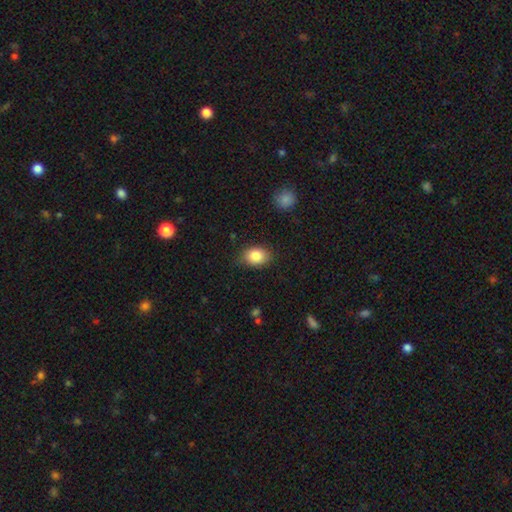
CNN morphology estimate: smooth_or_featured: smooth (p=0.85) [alt: star or artifact p=0.08]
how_rounded: in between (p=0.74) [alt: round p=0.25]
merging: none (p=0.79) [alt: minor disturbance p=0.17]